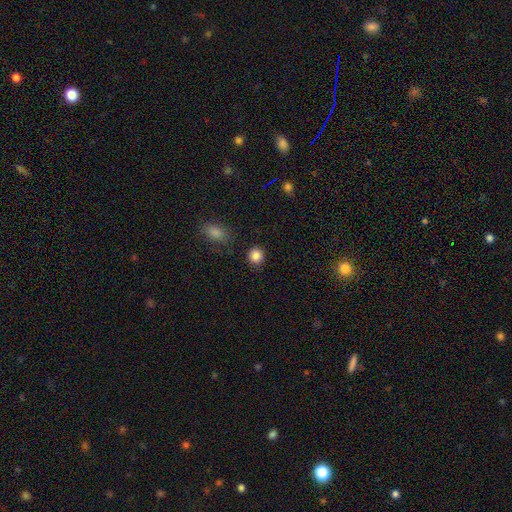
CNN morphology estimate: Smooth or featured: smooth — 86% (star or artifact — 10%)
How rounded: round — 85% (in between — 14%)
Merging: none — 87% (minor disturbance — 8%)